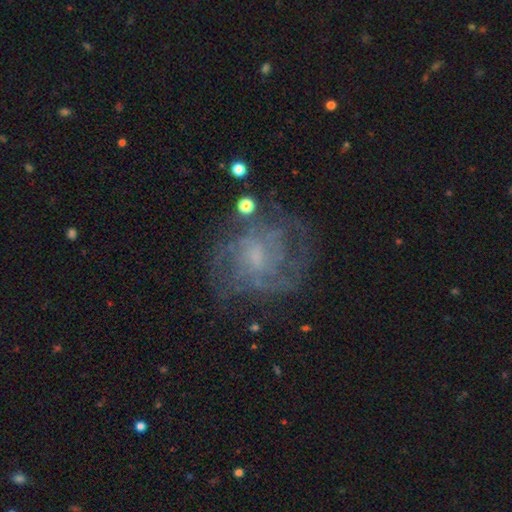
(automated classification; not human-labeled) Overall: featured or disk (73%). Edge-on disk: no (98%). Bar: no (60%; weak 35%). Spiral arms: yes (79%). Spiral arm count: can't tell (49%; 3 16%). Spiral winding: tight (45%; medium 38%). Bulge size: small (45%; none 27%). Merging: none (65%).